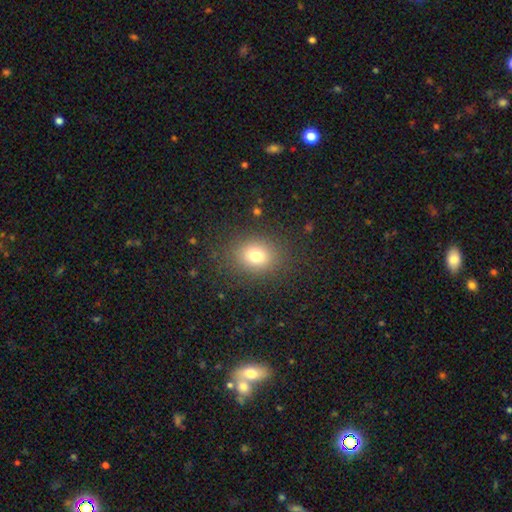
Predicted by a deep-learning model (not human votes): This is likely a smooth galaxy (76%). How rounded: possibly round (60%). Merging: clearly none (85%).